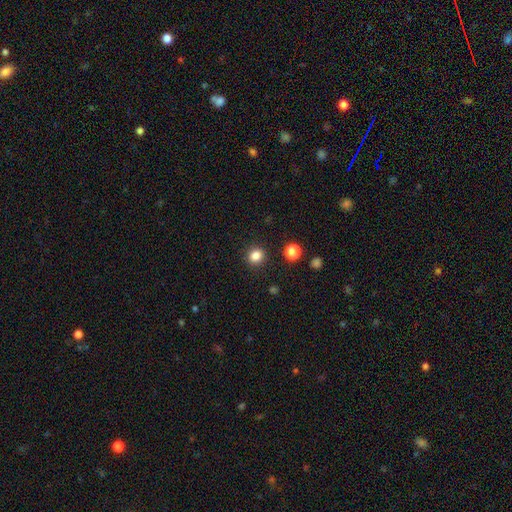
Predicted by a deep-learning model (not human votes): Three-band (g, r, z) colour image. It shows a smooth galaxy with no disk features (84%) that is round (81%). Merging: none (90%).